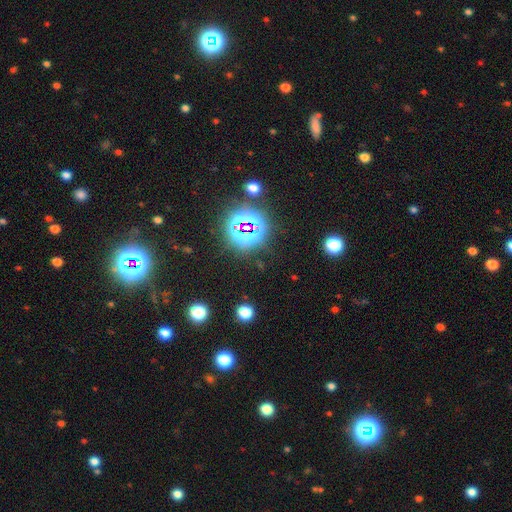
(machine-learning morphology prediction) Smooth or featured?
  - star or artifact: 82% *
  - smooth: 12%
  - featured or disk: 7%